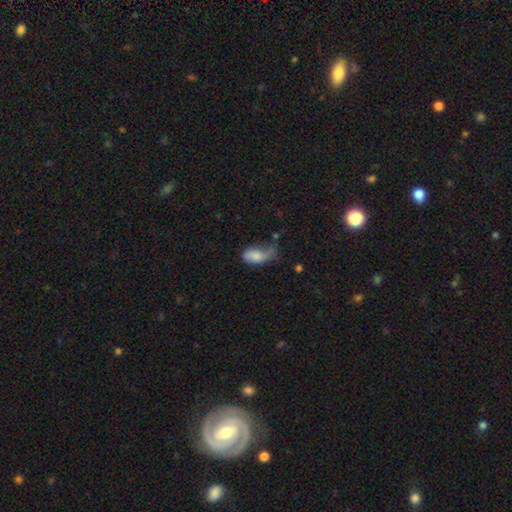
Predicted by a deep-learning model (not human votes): This appears to be a smooth galaxy with no disk features (66%) that is in between round and cigar-shaped (89%). Merging: major disturbance (35%).